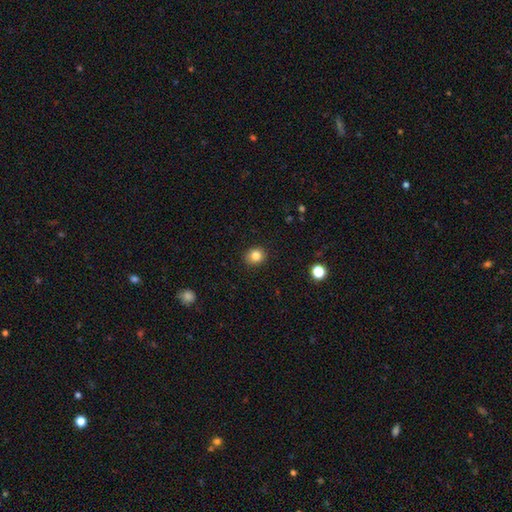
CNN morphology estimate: Smooth or featured? smooth (84%)
How rounded? round (78%)
Merging? none (90%)